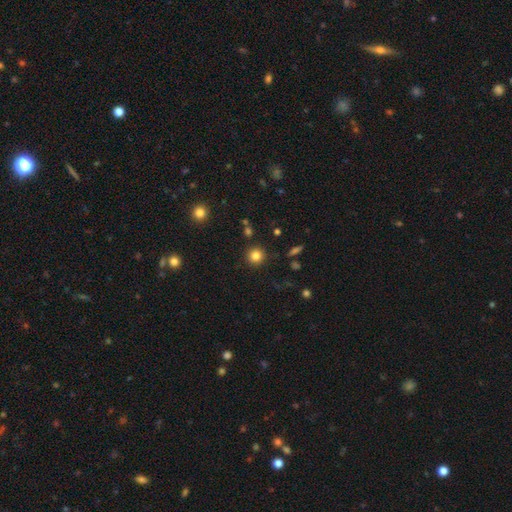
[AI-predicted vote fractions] Smooth or featured?
  - smooth: 82% *
  - star or artifact: 12%
  - featured or disk: 6%
How rounded?
  - round: 94% *
  - in between: 6%
  - cigar-shaped: 1%
Merging?
  - none: 89% *
  - minor disturbance: 6%
  - merger: 2%
  - major disturbance: 2%